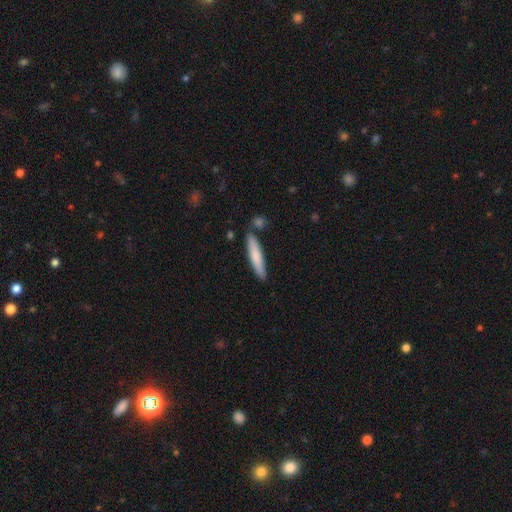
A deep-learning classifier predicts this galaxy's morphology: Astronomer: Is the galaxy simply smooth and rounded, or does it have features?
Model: smooth — 77%.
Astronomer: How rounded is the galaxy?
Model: cigar-shaped — 89%.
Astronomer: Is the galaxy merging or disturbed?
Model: none — 83%.